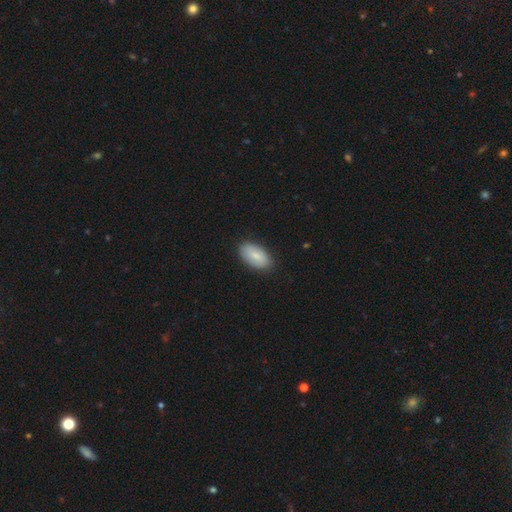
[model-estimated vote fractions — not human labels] Morphology: type=smooth (81%); roundness=in between (94%); merging=none (85%).